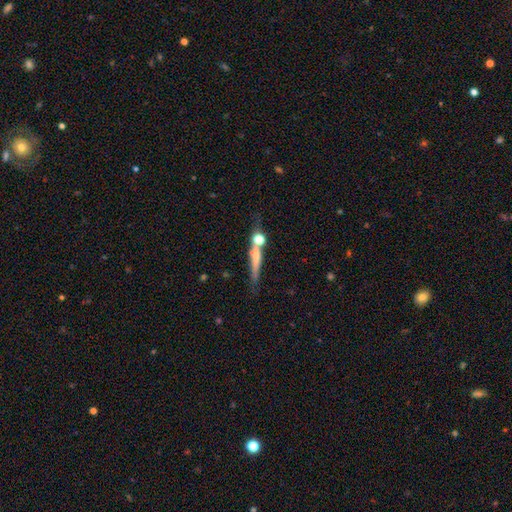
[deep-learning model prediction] smooth 50%, featured or disk 40%, star or artifact 10%. Down the decision tree: how rounded — cigar-shaped (80%); merging — none (58%).